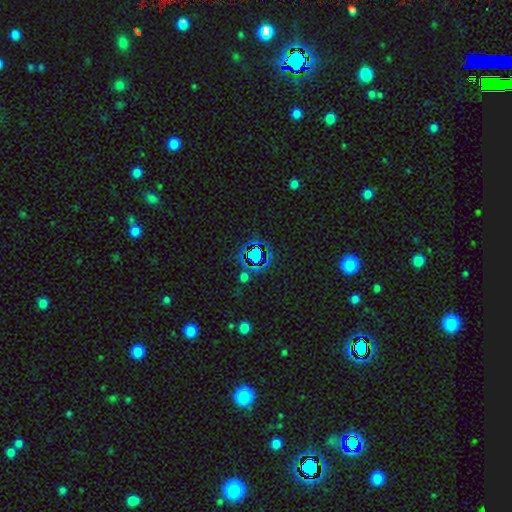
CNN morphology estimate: star or artifact 68%, smooth 21%, featured or disk 11%.